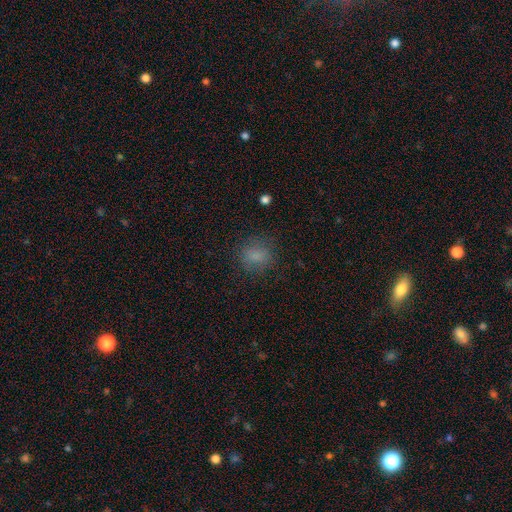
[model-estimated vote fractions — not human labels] smooth 79%, star or artifact 13%, featured or disk 8%. Down the decision tree: how rounded — round (66%); merging — none (79%).